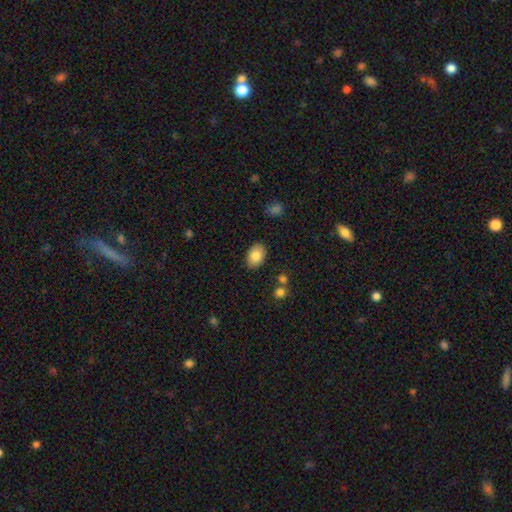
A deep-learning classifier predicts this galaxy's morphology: A smooth galaxy with no disk features (83%) that is in between round and cigar-shaped (82%). Merging: none (86%).